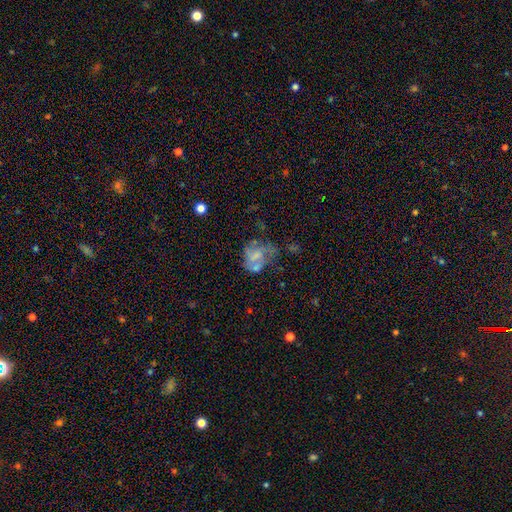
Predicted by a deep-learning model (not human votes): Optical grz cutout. It shows a featured or disk galaxy (51%). Merging: major disturbance (35%).